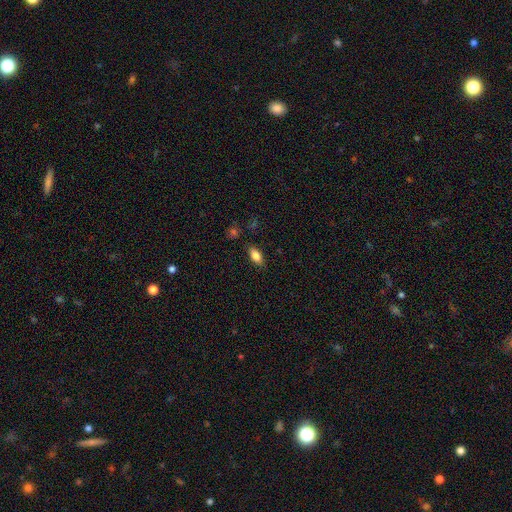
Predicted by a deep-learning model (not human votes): smooth_or_featured: smooth (p=0.82) [alt: featured or disk p=0.10]
how_rounded: in between (p=0.87) [alt: cigar-shaped p=0.09]
merging: none (p=0.84) [alt: minor disturbance p=0.11]